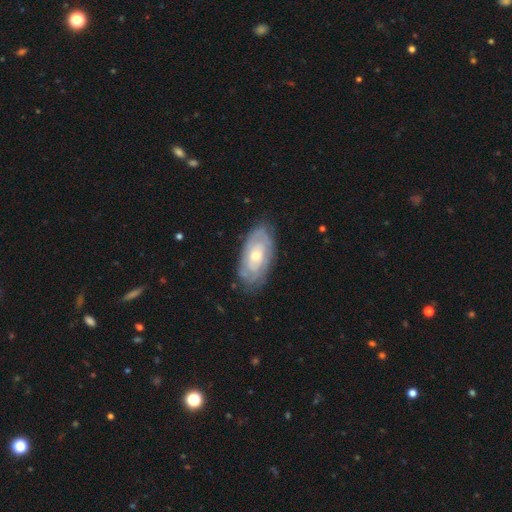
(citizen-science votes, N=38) This is clearly a featured or disk galaxy (84%). It is clearly not viewed edge-on (94%). Bar: likely no (77%). Spiral arm pattern: clearly yes (80%). Spiral arm count: likely can't tell (62%). Spiral winding: clearly tight (83%). Central bulge: likely moderate (77%). Merging: clearly none (82%).